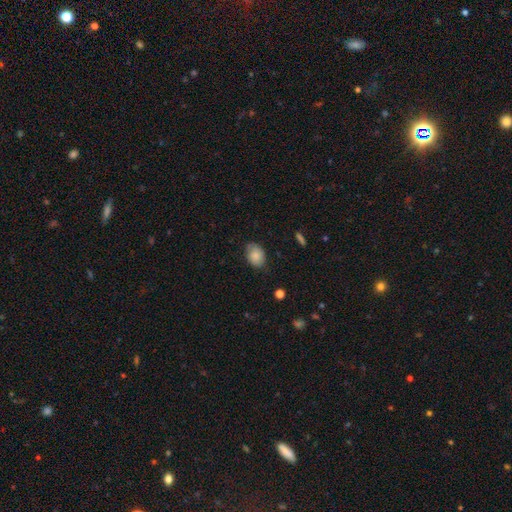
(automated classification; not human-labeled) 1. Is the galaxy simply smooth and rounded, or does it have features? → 83% smooth, 10% featured or disk, 8% star or artifact.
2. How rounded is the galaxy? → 75% in between, 24% round, 1% cigar-shaped.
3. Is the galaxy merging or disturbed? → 69% none, 25% minor disturbance, 5% major disturbance, 1% merger.